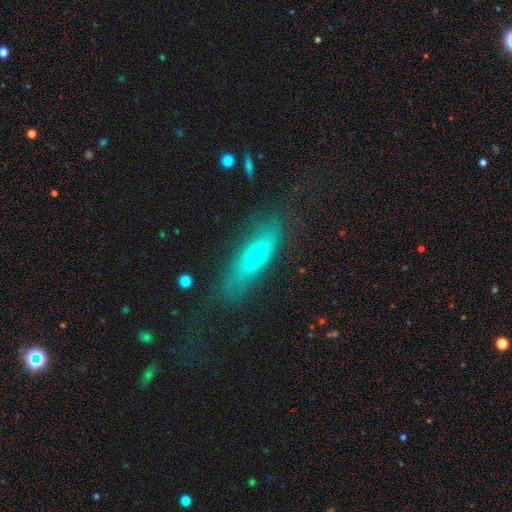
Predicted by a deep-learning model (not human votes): smooth-or-featured: smooth: 51% | featured or disk: 40% | star or artifact: 9%
  how-rounded: cigar-shaped: 60% | in between: 36% | round: 3%
  merging: none: 68% | minor disturbance: 19% | major disturbance: 10% | merger: 2%